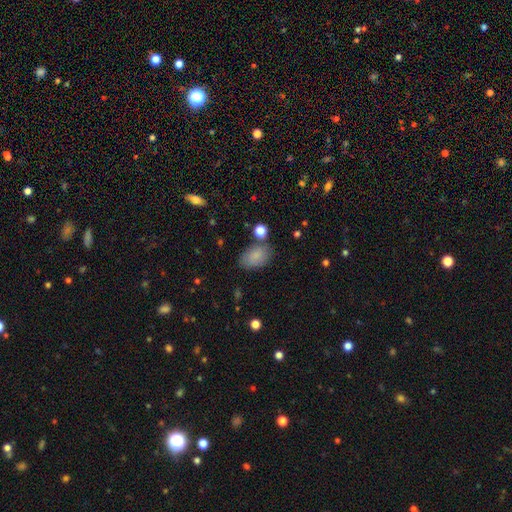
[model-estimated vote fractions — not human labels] Smooth or featured? Predicted: smooth (p=0.84). How rounded? Predicted: in between (p=0.89). Merging? Predicted: none (p=0.72).